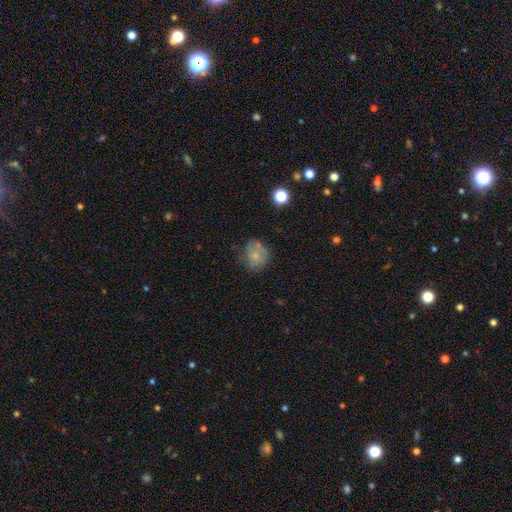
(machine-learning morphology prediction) This is likely a smooth galaxy (61%). How rounded: likely round (71%). Merging: possibly none (54%).